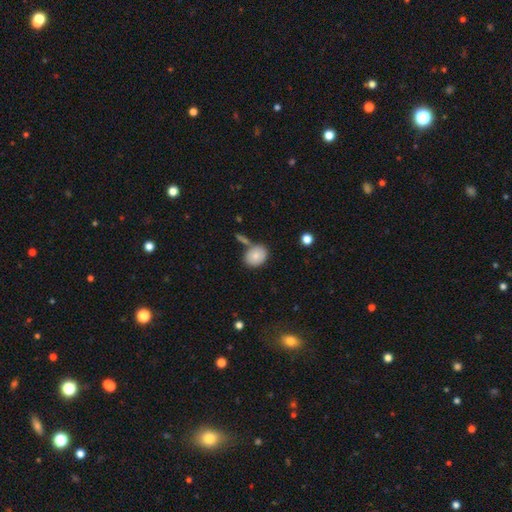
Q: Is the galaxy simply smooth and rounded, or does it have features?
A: smooth — 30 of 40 (75%).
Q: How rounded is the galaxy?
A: round — 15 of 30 (50%, tied with in between).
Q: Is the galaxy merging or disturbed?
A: none — 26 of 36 (72%).